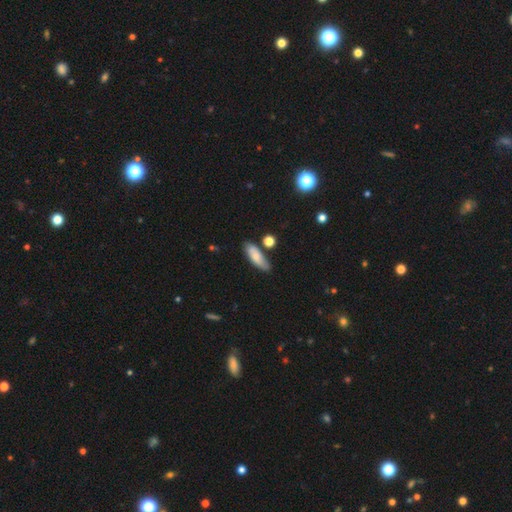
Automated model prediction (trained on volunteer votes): smooth-or-featured: smooth: 74% | featured or disk: 19% | star or artifact: 7%
  how-rounded: in between: 60% | cigar-shaped: 38% | round: 3%
  merging: none: 72% | minor disturbance: 17% | merger: 7% | major disturbance: 4%